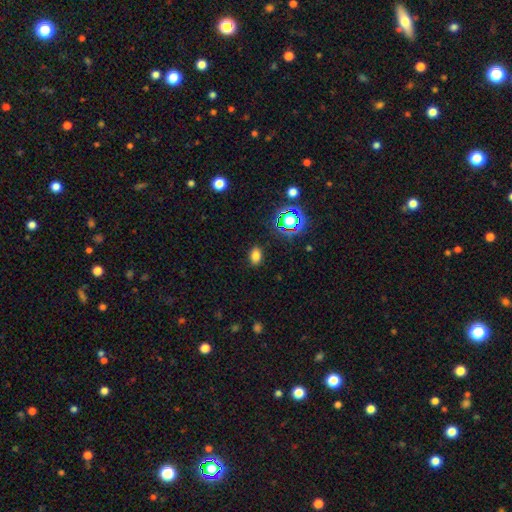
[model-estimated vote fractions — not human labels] A smooth galaxy with no disk features (75%) that is in between round and cigar-shaped (80%).

Vote fractions:
- Smooth or featured? smooth: 75% / star or artifact: 19% / featured or disk: 6%
- How rounded? in between: 80% / round: 18% / cigar-shaped: 2%
- Merging? none: 86% / minor disturbance: 9% / major disturbance: 3% / merger: 1%